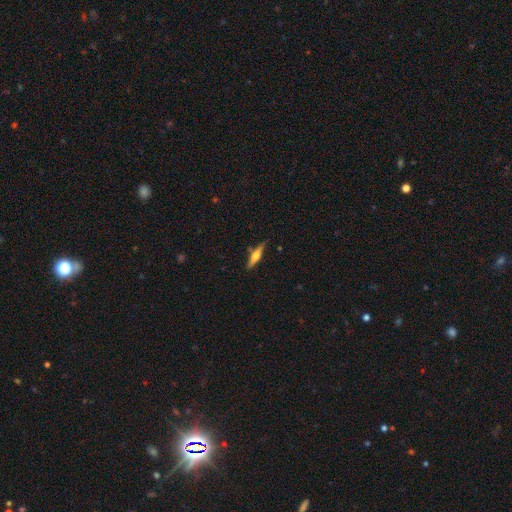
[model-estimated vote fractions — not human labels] The model was most divided on "smooth or featured": featured or disk: 61%, smooth: 34%, star or artifact: 6%. More confident: edge-on disk — yes (96%); edge-on bulge — rounded (91%); merging — none (83%).